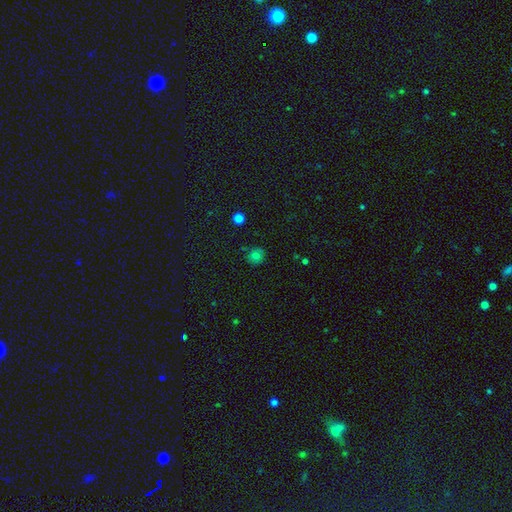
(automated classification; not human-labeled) Morphology: type=smooth (74%); roundness=round (89%); merging=none (82%).